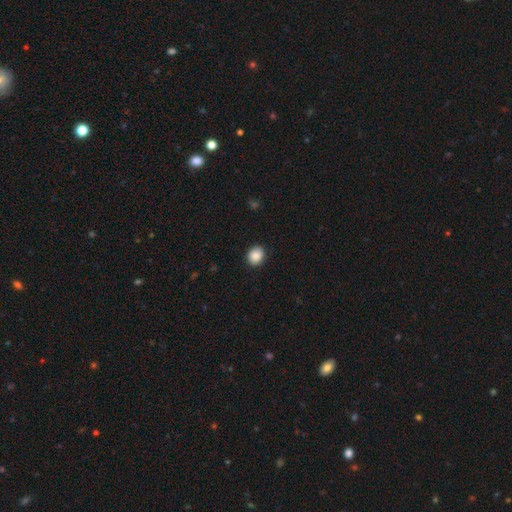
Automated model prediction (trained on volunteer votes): This appears to be a smooth galaxy with no disk features (89%) that is round (64%). Merging: none (90%).